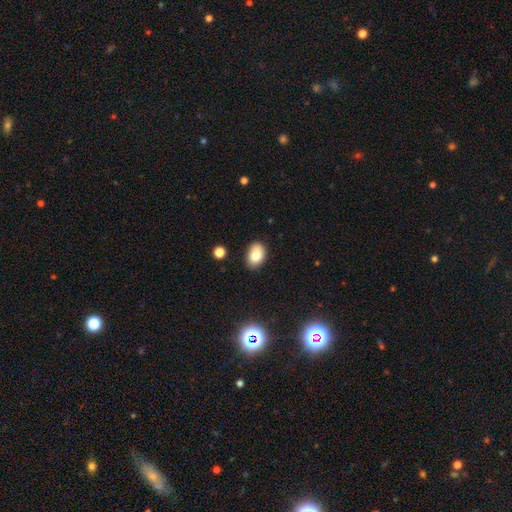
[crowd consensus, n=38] This appears to be a smooth galaxy with no disk features (82%) that is in between round and cigar-shaped (90%). Merging: none (89%).